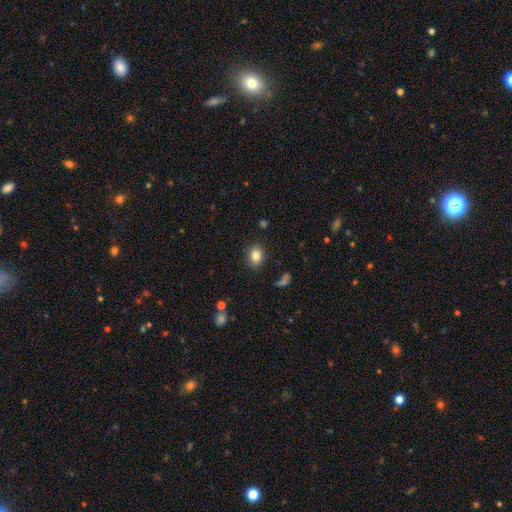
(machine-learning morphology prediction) Smooth or featured?
  - smooth: 82% *
  - star or artifact: 10%
  - featured or disk: 8%
How rounded?
  - in between: 62% *
  - round: 37%
  - cigar-shaped: 1%
Merging?
  - none: 86% *
  - minor disturbance: 9%
  - major disturbance: 3%
  - merger: 2%